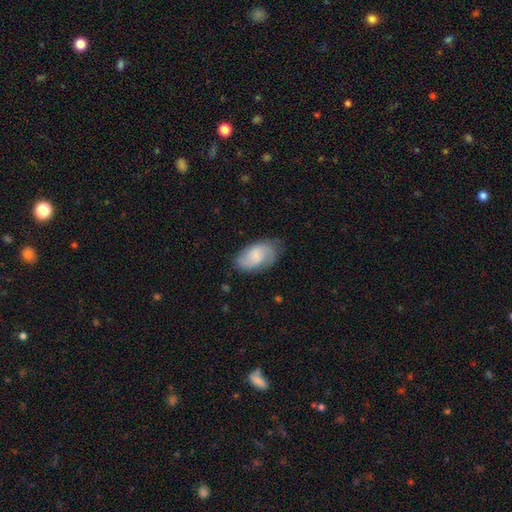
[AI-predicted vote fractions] Smooth or featured?
  - smooth: 52% *
  - featured or disk: 41%
  - star or artifact: 7%
How rounded?
  - in between: 92% *
  - round: 6%
  - cigar-shaped: 2%
Merging?
  - none: 67% *
  - minor disturbance: 24%
  - major disturbance: 8%
  - merger: 1%